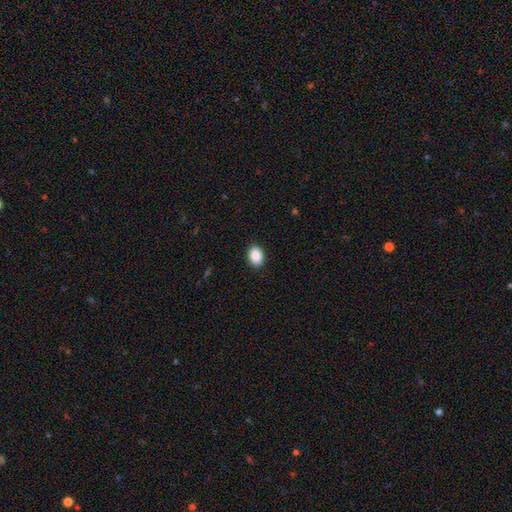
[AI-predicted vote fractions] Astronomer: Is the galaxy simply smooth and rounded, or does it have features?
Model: smooth — 89%.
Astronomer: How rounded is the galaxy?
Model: in between — 81%.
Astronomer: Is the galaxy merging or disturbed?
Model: none — 90%.